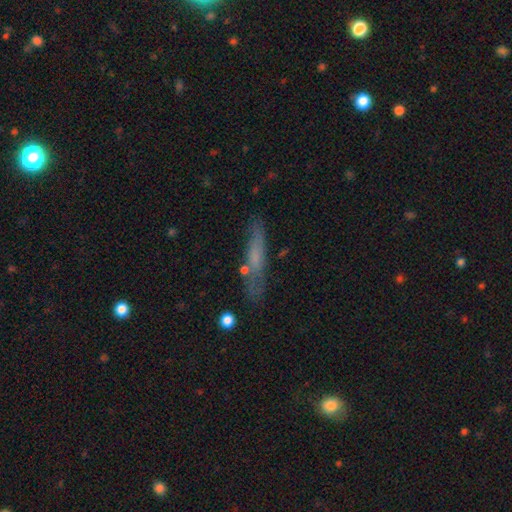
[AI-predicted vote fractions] smooth_or_featured: smooth (p=0.58) [alt: featured or disk p=0.33]
how_rounded: cigar-shaped (p=0.85) [alt: in between p=0.13]
merging: none (p=0.70) [alt: minor disturbance p=0.18]